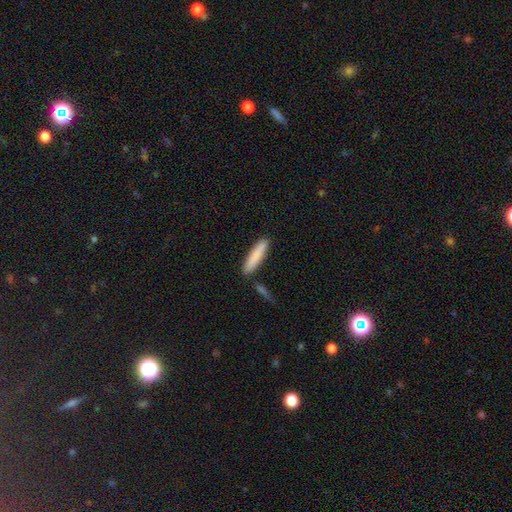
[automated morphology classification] A smooth galaxy with no disk features (84%) that is cigar-shaped (85%). Merging: none (83%).